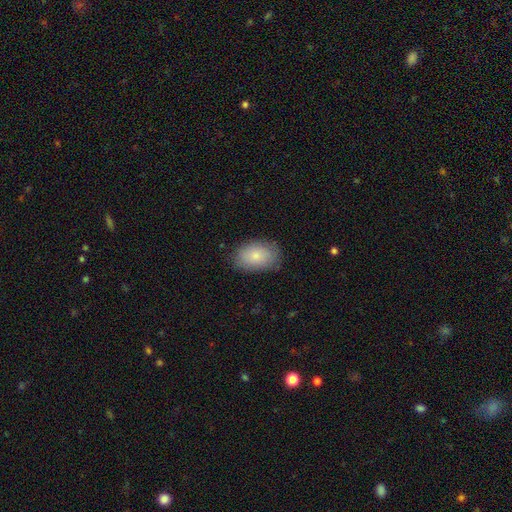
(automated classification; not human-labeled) The model was most divided on "merging": none: 82%, minor disturbance: 14%, major disturbance: 3%, merger: 1%. More confident: how rounded — in between (87%); smooth or featured — smooth (82%).